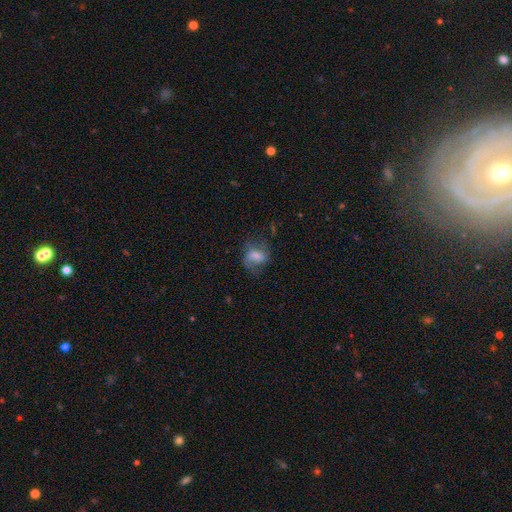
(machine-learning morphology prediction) Smooth or featured: smooth — 58% (featured or disk — 32%)
How rounded: in between — 70% (round — 27%)
Merging: none — 48% (minor disturbance — 27%)